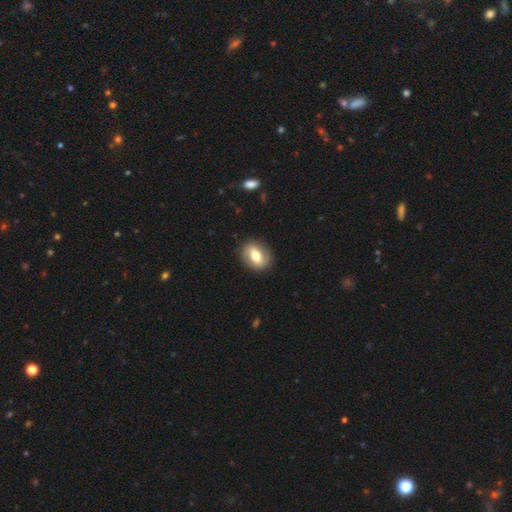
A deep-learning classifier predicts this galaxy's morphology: This is likely a smooth galaxy (68%). How rounded: likely in between (66%). Merging: clearly none (86%).